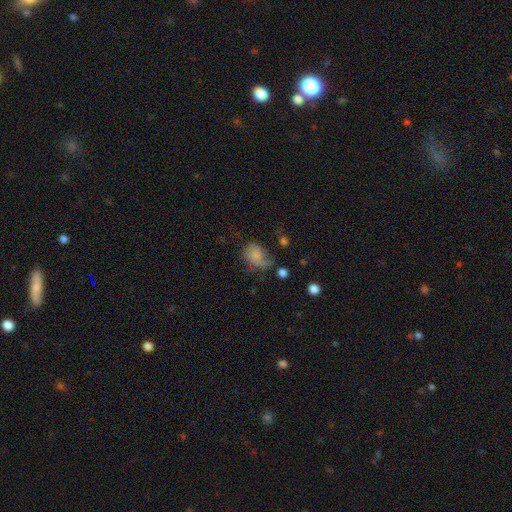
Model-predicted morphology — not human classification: The model was most divided on "merging": none: 33%, minor disturbance: 31%, major disturbance: 30%, merger: 6%. More confident: smooth or featured — smooth (64%); how rounded — in between (60%).